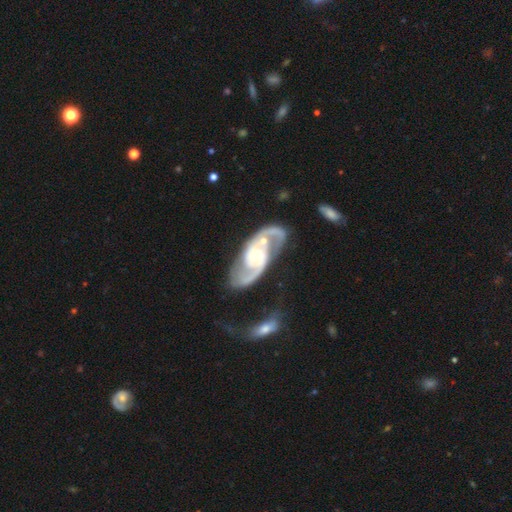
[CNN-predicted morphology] This is clearly a featured or disk galaxy (92%). It is clearly not viewed edge-on (97%). Bar: possibly no (59%). Spiral arm pattern: clearly yes (98%). Spiral arm count: clearly 2 (92%). Spiral winding: possibly medium (54%). Central bulge: possibly moderate (51%). Merging: likely none (62%).